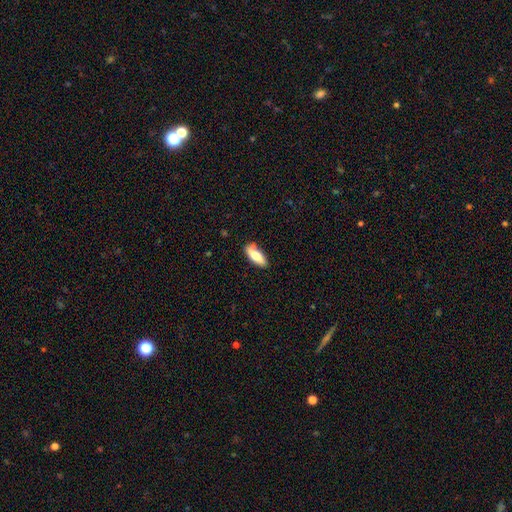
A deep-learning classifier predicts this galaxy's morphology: The model was most divided on "how rounded": in between: 73%, cigar-shaped: 25%, round: 2%. More confident: merging — none (78%); smooth or featured — smooth (71%).